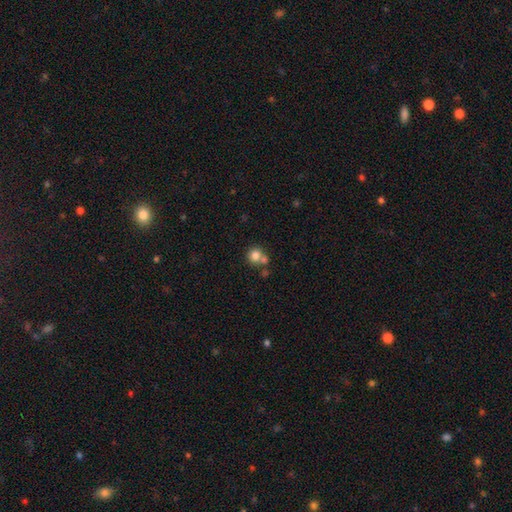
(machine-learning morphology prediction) This is likely a smooth galaxy (79%). How rounded: clearly round (87%). Merging: possibly none (51%).